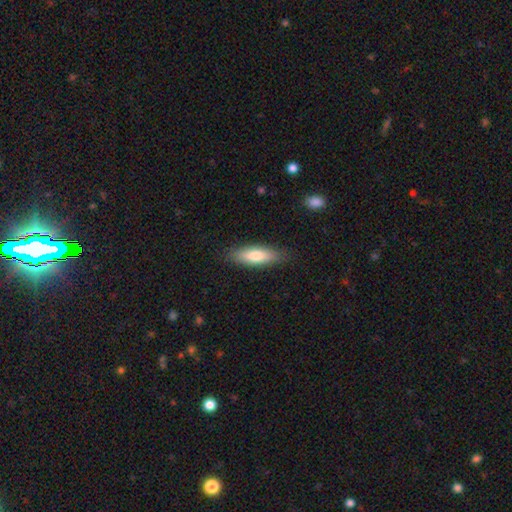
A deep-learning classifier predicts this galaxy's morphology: This appears to be a smooth galaxy with no disk features (75%) that is in between round and cigar-shaped (52%). Merging: none (86%).